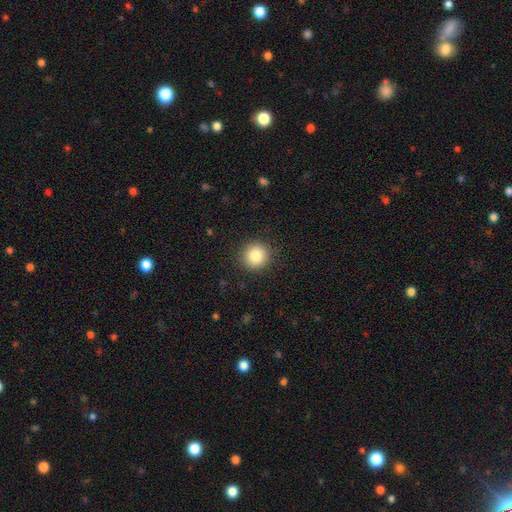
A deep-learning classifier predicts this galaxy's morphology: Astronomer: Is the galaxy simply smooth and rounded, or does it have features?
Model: smooth — 85%.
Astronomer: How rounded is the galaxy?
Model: round — 93%.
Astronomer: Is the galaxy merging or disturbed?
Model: none — 91%.